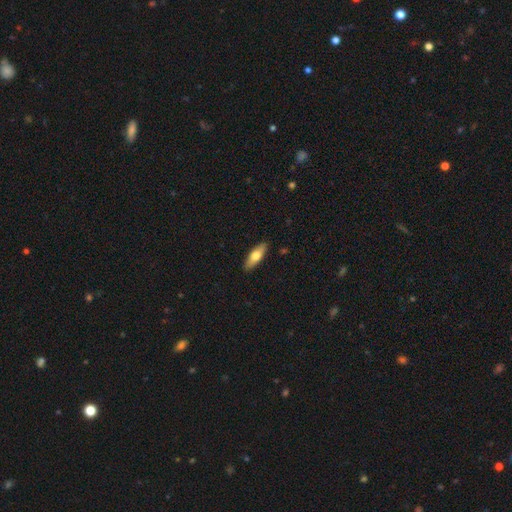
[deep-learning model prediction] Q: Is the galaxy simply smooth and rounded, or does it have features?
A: smooth — 69%.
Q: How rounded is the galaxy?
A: in between — 62%.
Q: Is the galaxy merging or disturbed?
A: none — 89%.